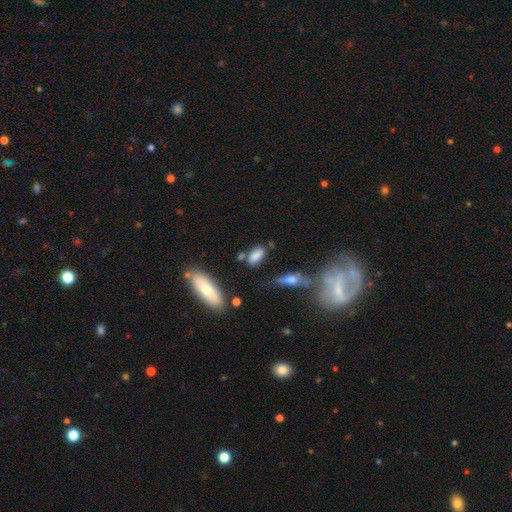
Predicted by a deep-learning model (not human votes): Morphology: type=smooth (82%); roundness=in between (84%); merging=none (67%).